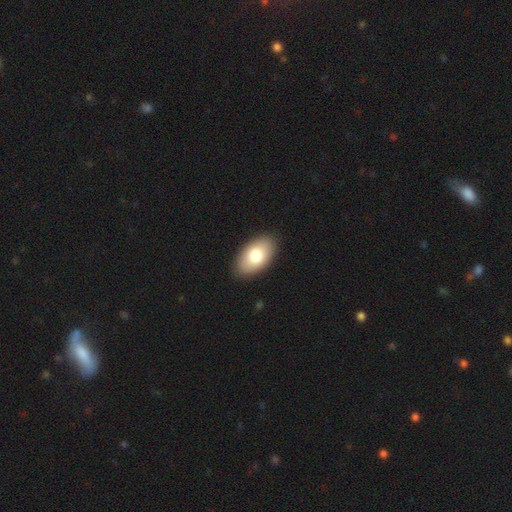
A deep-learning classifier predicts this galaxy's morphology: A smooth galaxy with no disk features (79%) that is in between round and cigar-shaped (95%).

Vote fractions:
- Smooth or featured? smooth: 79% / featured or disk: 14% / star or artifact: 6%
- How rounded? in between: 95% / round: 4% / cigar-shaped: 2%
- Merging? none: 89% / minor disturbance: 8% / major disturbance: 2% / merger: 1%